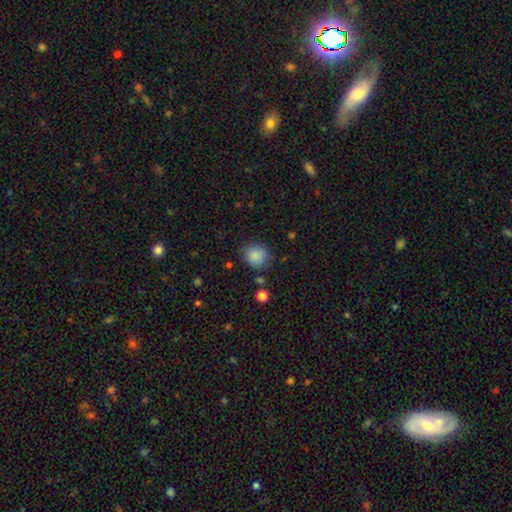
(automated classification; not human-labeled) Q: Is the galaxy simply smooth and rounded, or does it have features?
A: smooth — 86%.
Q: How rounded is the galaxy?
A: round — 80%.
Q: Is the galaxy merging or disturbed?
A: none — 77%.